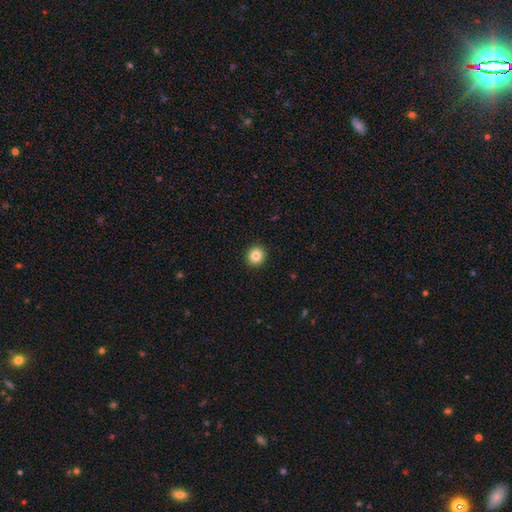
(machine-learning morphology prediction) A smooth galaxy with no disk features (84%) that is round (91%).

Vote fractions:
- Smooth or featured? smooth: 84% / star or artifact: 10% / featured or disk: 6%
- How rounded? round: 91% / in between: 8% / cigar-shaped: 1%
- Merging? none: 93% / minor disturbance: 5% / major disturbance: 2% / merger: 1%